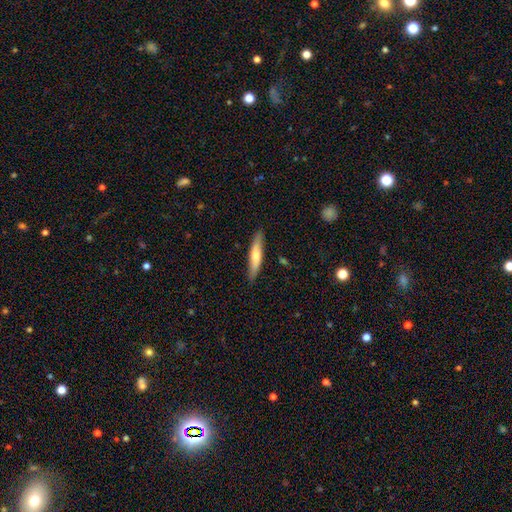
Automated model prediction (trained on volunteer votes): smooth_or_featured: smooth (p=0.59) [alt: featured or disk p=0.36]
how_rounded: cigar-shaped (p=0.83) [alt: in between p=0.15]
merging: none (p=0.87) [alt: minor disturbance p=0.10]